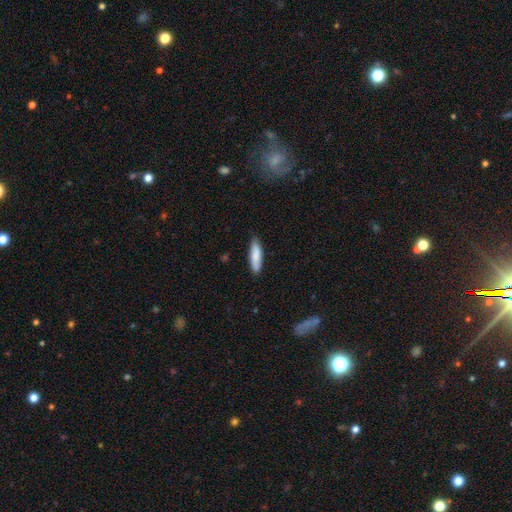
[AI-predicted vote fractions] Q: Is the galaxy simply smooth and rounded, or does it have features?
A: smooth — 84%.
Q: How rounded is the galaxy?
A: cigar-shaped — 68%.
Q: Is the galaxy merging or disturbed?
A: none — 84%.